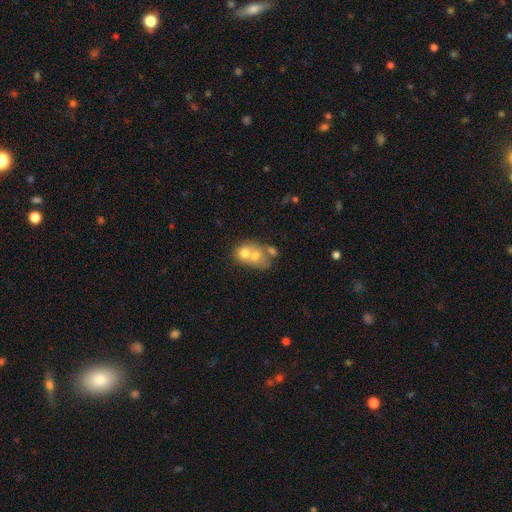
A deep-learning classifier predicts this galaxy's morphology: A smooth galaxy with no disk features (61%) that is in between round and cigar-shaped (51%). Merging: merger (69%).